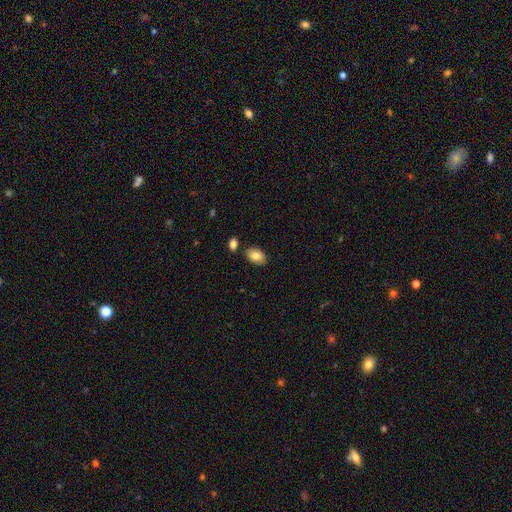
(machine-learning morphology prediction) smooth 83%, featured or disk 9%, star or artifact 7%. Down the decision tree: how rounded — in between (88%); merging — none (82%).